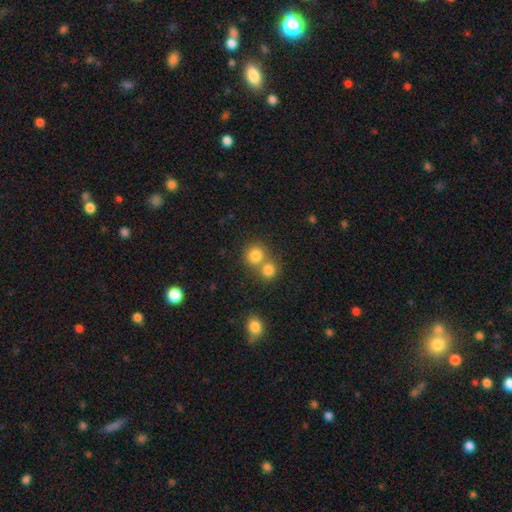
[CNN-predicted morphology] This is clearly a smooth galaxy (80%). How rounded: clearly round (86%). Merging: possibly none (48%).